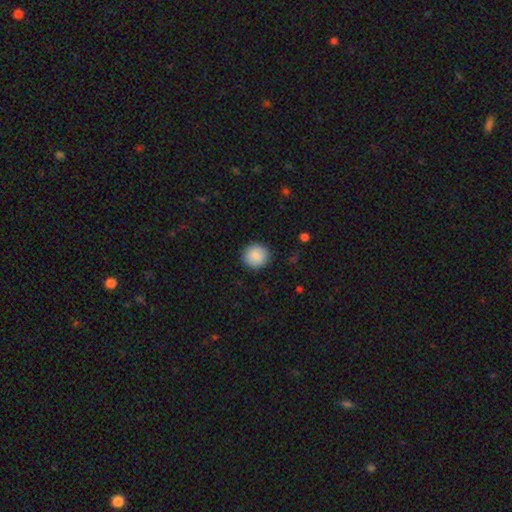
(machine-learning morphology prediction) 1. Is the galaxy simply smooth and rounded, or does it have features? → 88% smooth, 7% star or artifact, 5% featured or disk.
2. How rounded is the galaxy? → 94% round, 6% in between, 1% cigar-shaped.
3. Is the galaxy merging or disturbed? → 91% none, 6% minor disturbance, 2% major disturbance, 1% merger.